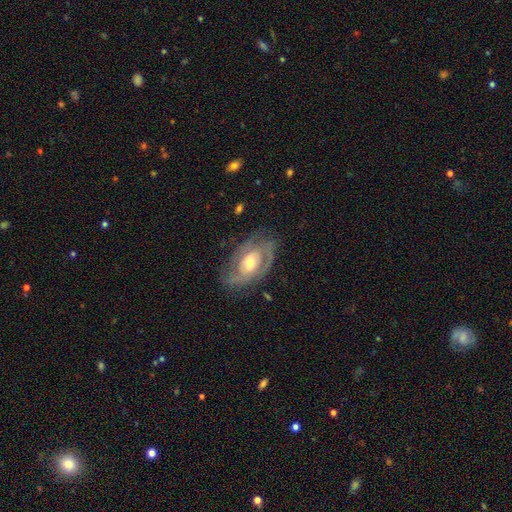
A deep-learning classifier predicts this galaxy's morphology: smooth_or_featured: featured or disk (p=0.48) [alt: smooth p=0.35]
merging: none (p=0.83) [alt: minor disturbance p=0.11]